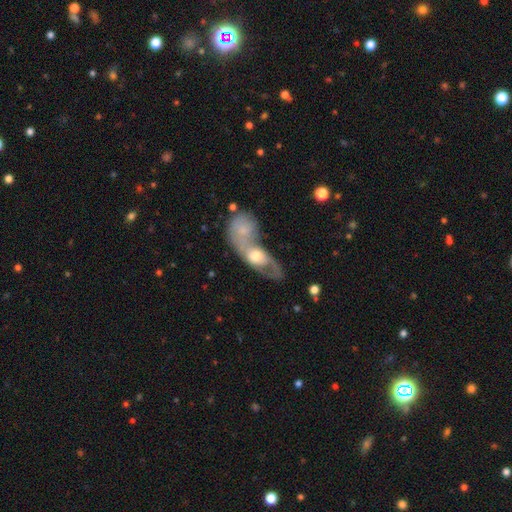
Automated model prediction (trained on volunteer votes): The model was most divided on "smooth or featured": featured or disk: 58%, smooth: 36%, star or artifact: 7%. More confident: edge-on disk — no (83%); merging — merger (60%).